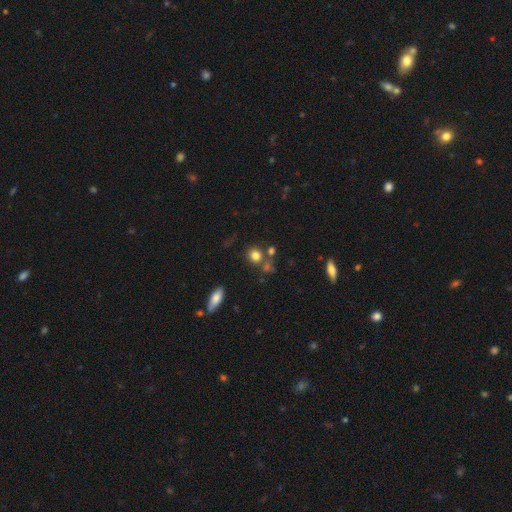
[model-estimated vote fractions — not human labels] A smooth galaxy with no disk features (79%) that is round (78%). Merging: none (65%).